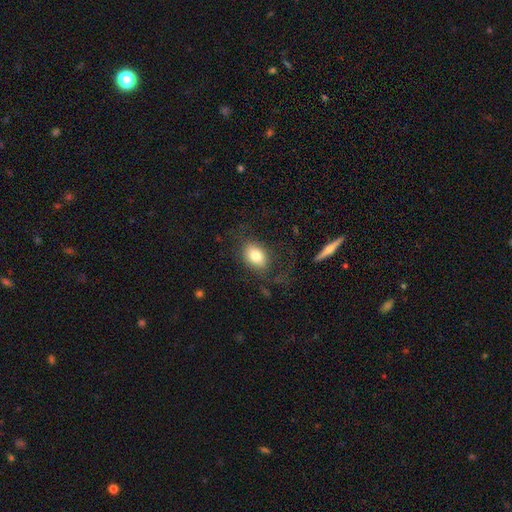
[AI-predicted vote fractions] Morphology: type=smooth (77%); roundness=in between (73%); merging=none (68%).